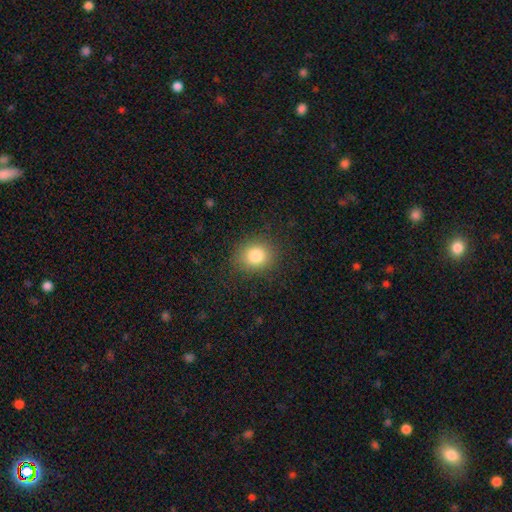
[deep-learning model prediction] smooth_or_featured: smooth (p=0.83) [alt: star or artifact p=0.11]
how_rounded: round (p=0.69) [alt: in between p=0.30]
merging: none (p=0.86) [alt: minor disturbance p=0.10]